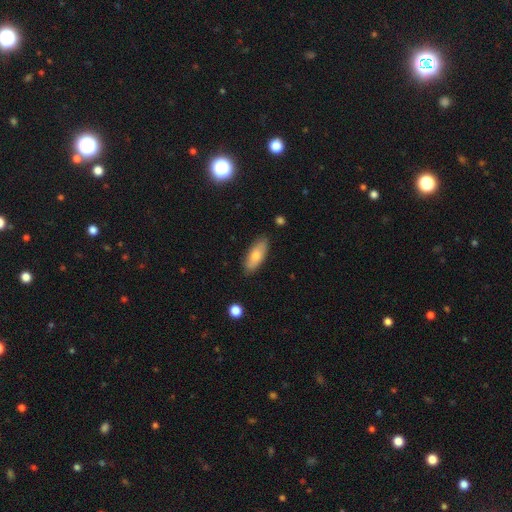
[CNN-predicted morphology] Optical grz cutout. It shows a smooth galaxy with no disk features (73%) that is in between round and cigar-shaped (77%). Merging: none (84%).